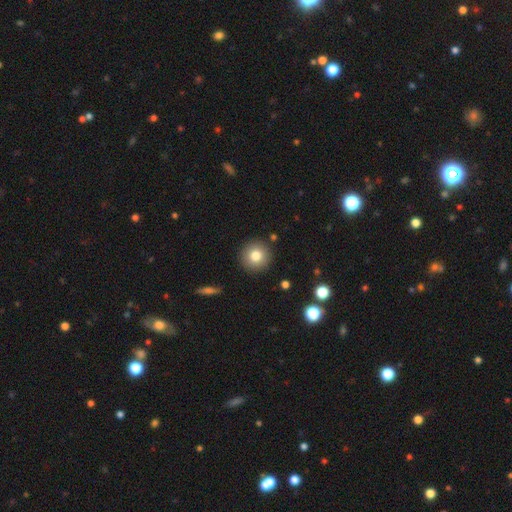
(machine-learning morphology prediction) This is likely a smooth galaxy (79%). How rounded: clearly round (95%). Merging: clearly none (90%).